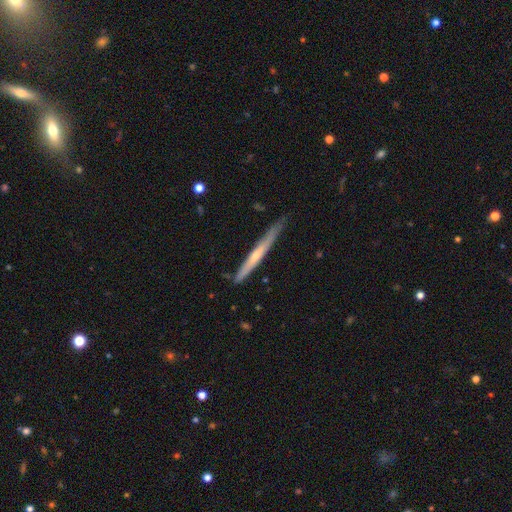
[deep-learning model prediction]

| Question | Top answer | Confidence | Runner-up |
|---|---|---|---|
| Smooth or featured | featured or disk | 54% | smooth (40%) |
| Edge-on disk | yes | 95% | no (5%) |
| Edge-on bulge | none | 51% | rounded (46%) |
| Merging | none | 76% | minor disturbance (20%) |